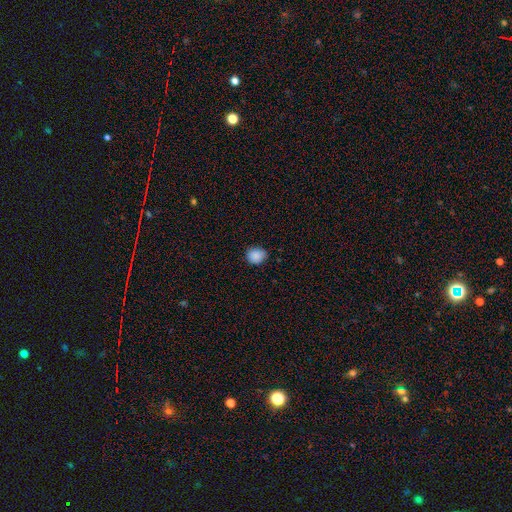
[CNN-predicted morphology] Smooth or featured? Predicted: smooth (p=0.88). How rounded? Predicted: round (p=0.67). Merging? Predicted: none (p=0.76).